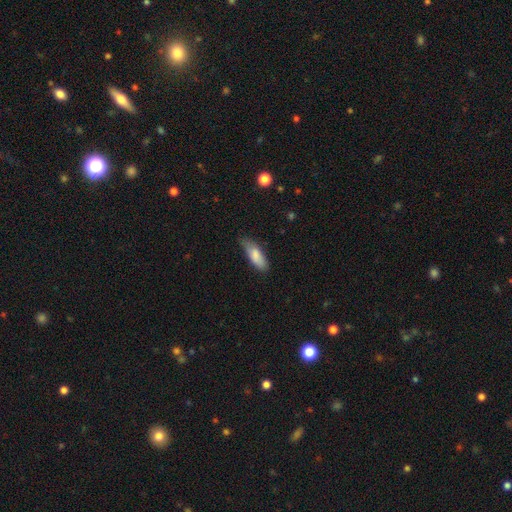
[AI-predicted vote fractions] Smooth or featured? smooth (82%)
How rounded? in between (64%)
Merging? none (62%)